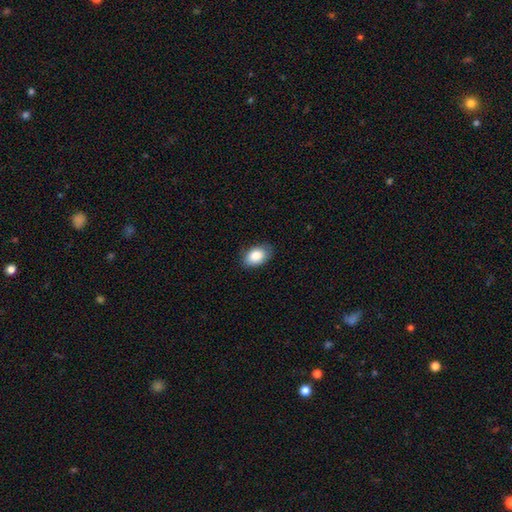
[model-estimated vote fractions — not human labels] This appears to be a smooth galaxy with no disk features (86%) that is in between round and cigar-shaped (87%). Merging: none (83%).